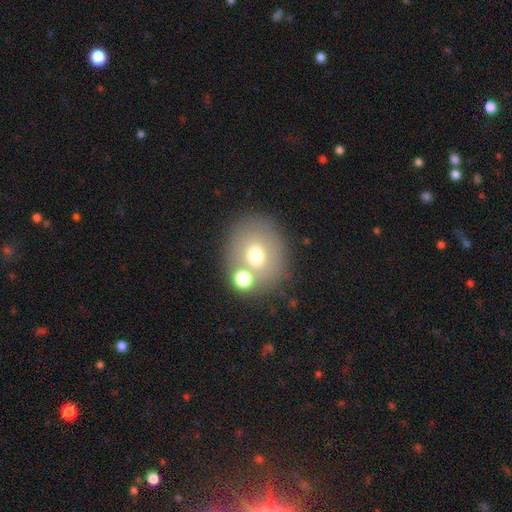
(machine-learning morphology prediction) Q: Smooth or featured?
A: smooth (63%); runner-up: featured or disk (23%)
Q: How rounded?
A: round (66%); runner-up: in between (33%)
Q: Merging?
A: none (67%); runner-up: merger (16%)